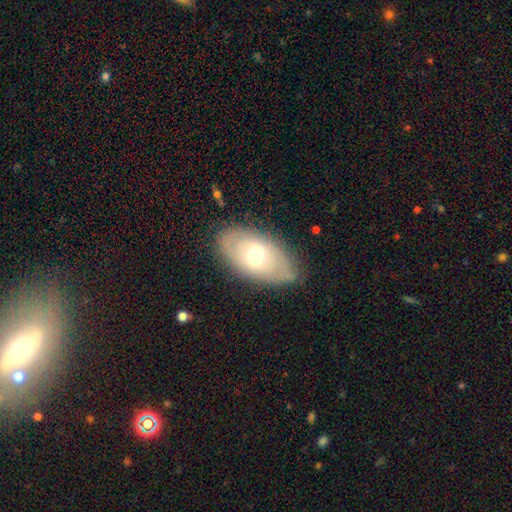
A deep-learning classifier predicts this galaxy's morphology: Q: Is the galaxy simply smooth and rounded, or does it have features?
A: featured or disk — 47%.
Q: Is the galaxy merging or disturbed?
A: none — 77%.